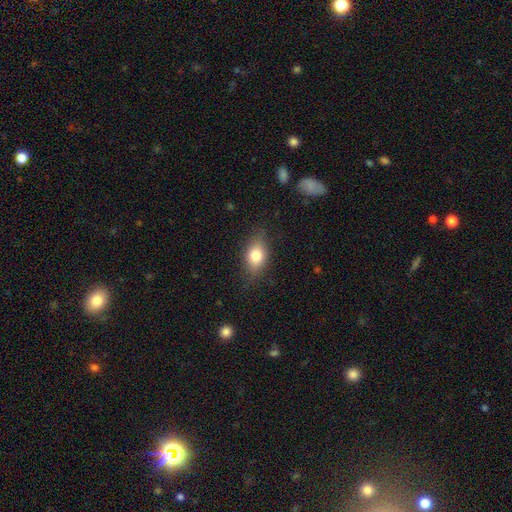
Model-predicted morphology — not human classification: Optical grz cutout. It shows a smooth galaxy with no disk features (77%) that is in between round and cigar-shaped (78%). Merging: none (80%).